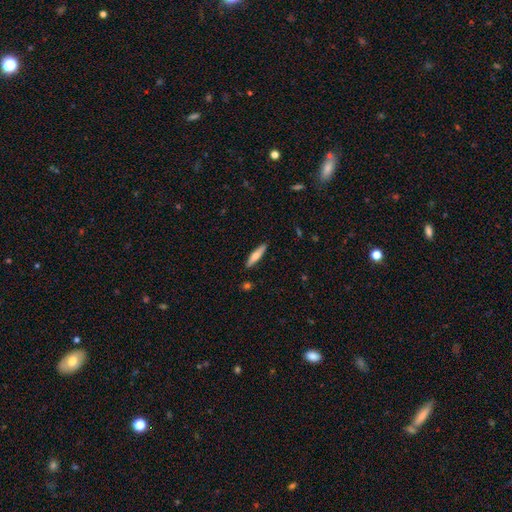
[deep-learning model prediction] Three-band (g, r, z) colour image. It shows a smooth galaxy with no disk features (60%) that is cigar-shaped (80%). Merging: none (90%).